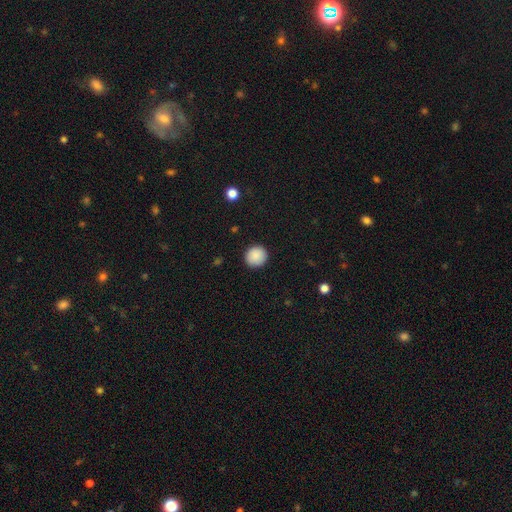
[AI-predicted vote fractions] Smooth or featured: smooth — 89% (star or artifact — 8%)
How rounded: round — 93% (in between — 7%)
Merging: none — 91% (minor disturbance — 6%)